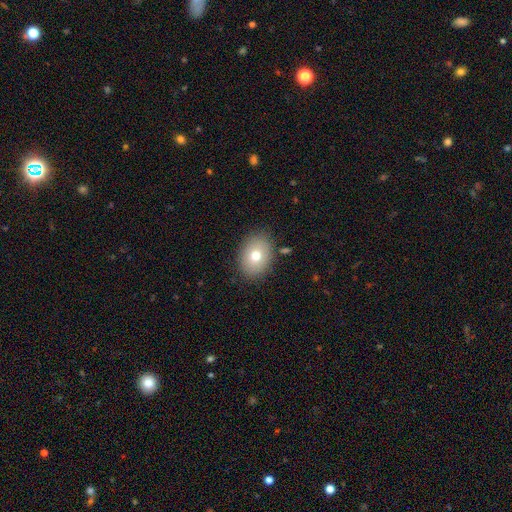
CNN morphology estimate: A smooth galaxy with no disk features (74%) that is in between round and cigar-shaped (63%). Merging: none (86%).